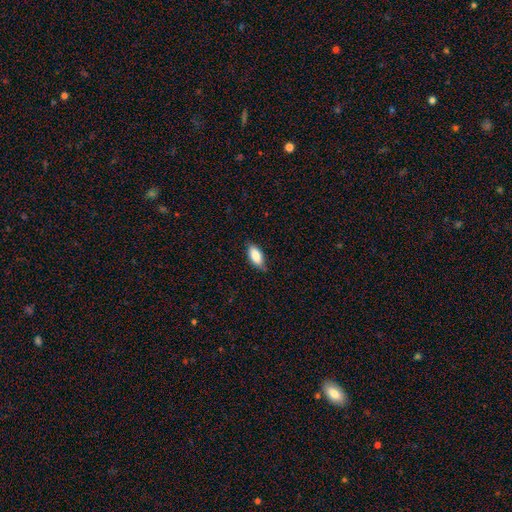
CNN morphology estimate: A smooth galaxy with no disk features (85%) that is in between round and cigar-shaped (87%).

Vote fractions:
- Smooth or featured? smooth: 85% / featured or disk: 9% / star or artifact: 6%
- How rounded? in between: 87% / cigar-shaped: 10% / round: 2%
- Merging? none: 76% / minor disturbance: 20% / major disturbance: 3% / merger: 1%